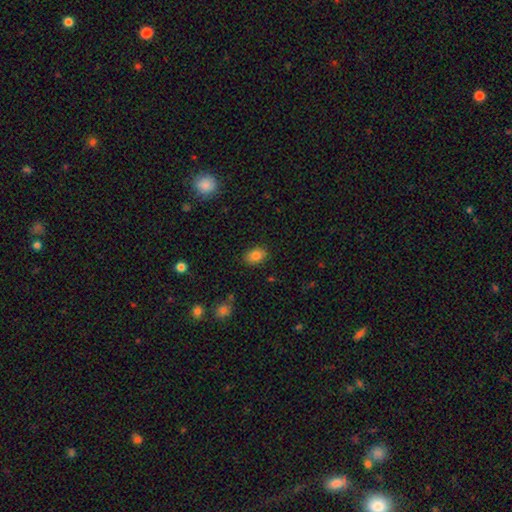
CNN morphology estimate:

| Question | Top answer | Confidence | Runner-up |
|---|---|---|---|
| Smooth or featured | smooth | 85% | star or artifact (9%) |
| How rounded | in between | 82% | round (17%) |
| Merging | none | 86% | minor disturbance (10%) |